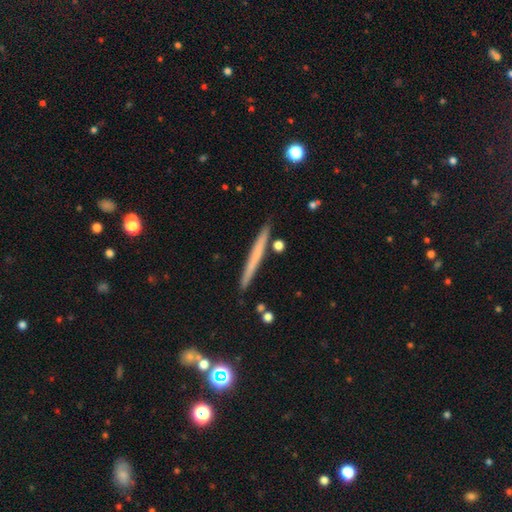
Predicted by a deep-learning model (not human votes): Smooth or featured?
  - smooth: 50% *
  - featured or disk: 44%
  - star or artifact: 6%
Merging?
  - none: 89% *
  - minor disturbance: 7%
  - merger: 2%
  - major disturbance: 1%